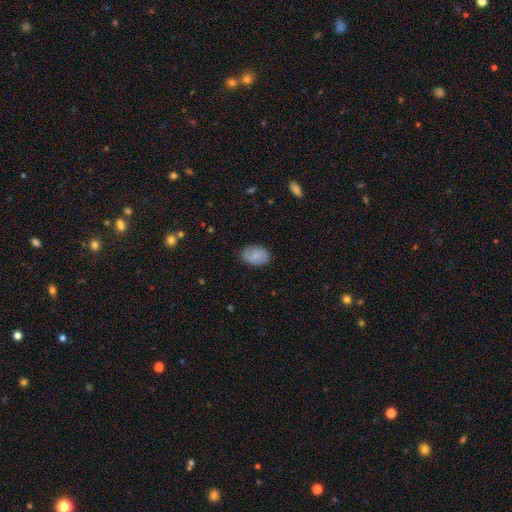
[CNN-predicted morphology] A smooth galaxy with no disk features (80%) that is in between round and cigar-shaped (86%).

Vote fractions:
- Smooth or featured? smooth: 80% / featured or disk: 13% / star or artifact: 7%
- How rounded? in between: 86% / round: 13% / cigar-shaped: 1%
- Merging? none: 83% / minor disturbance: 13% / major disturbance: 3% / merger: 1%